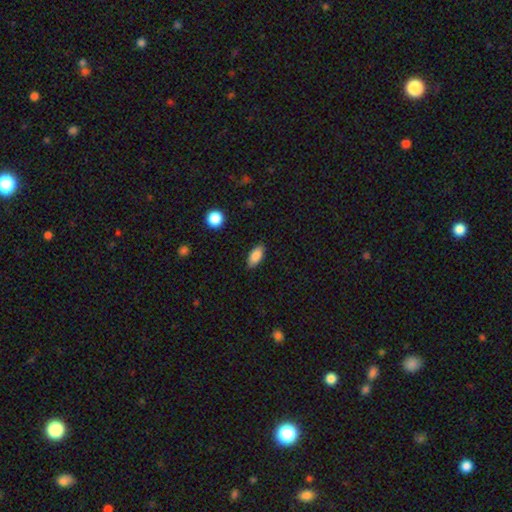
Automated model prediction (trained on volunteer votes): Overall: smooth (85%). How rounded: in between (90%). Merging: none (85%).